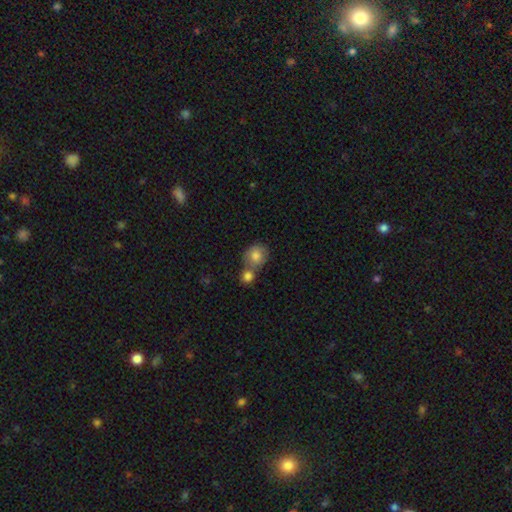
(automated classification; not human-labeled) A smooth galaxy with no disk features (82%) that is round (76%). Merging: merger (46%).